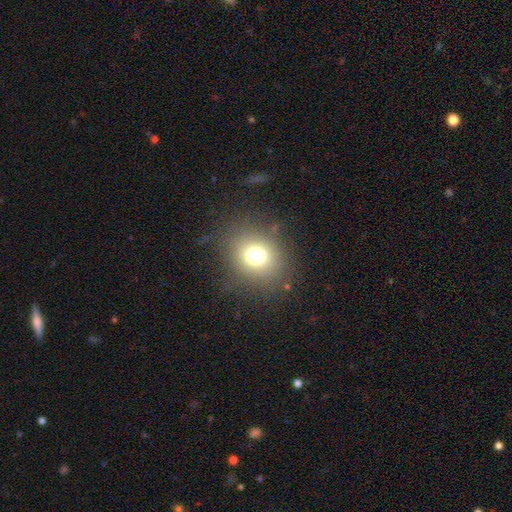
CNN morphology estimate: A smooth galaxy with no disk features (70%) that is round (77%). Merging: none (82%).